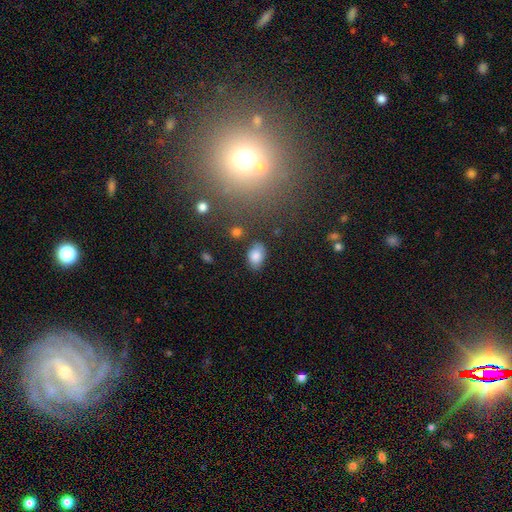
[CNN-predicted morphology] Smooth or featured? Predicted: smooth (p=0.84). How rounded? Predicted: in between (p=0.86). Merging? Predicted: none (p=0.77).